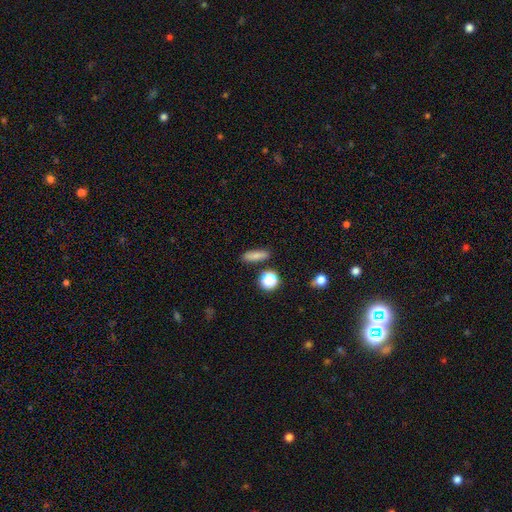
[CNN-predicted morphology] smooth 78%, star or artifact 13%, featured or disk 9%. Down the decision tree: how rounded — cigar-shaped (49%); merging — none (84%).